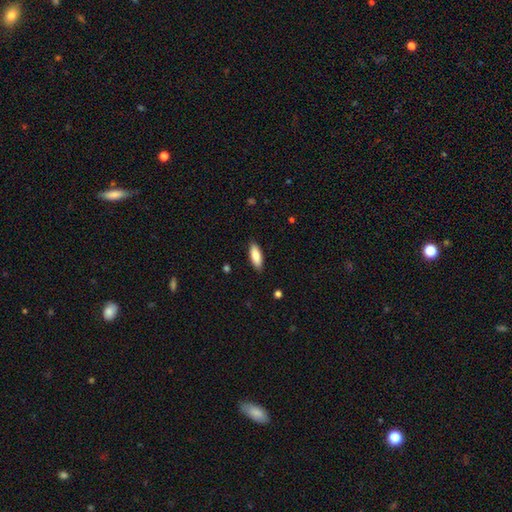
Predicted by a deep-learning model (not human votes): Smooth or featured? Predicted: smooth (p=0.86). How rounded? Predicted: in between (p=0.69). Merging? Predicted: none (p=0.88).